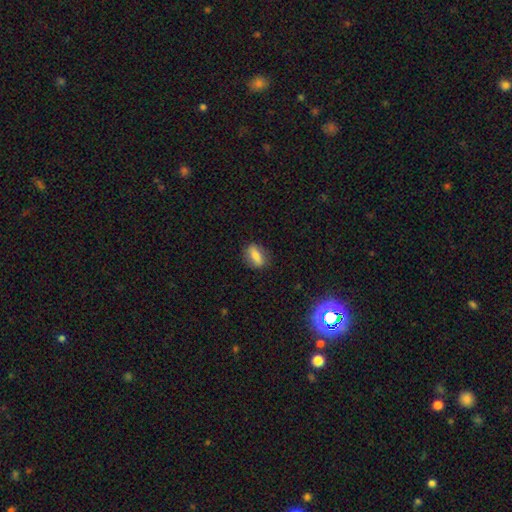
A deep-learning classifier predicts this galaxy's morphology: This appears to be a smooth galaxy with no disk features (70%) that is in between round and cigar-shaped (70%). Merging: none (83%).